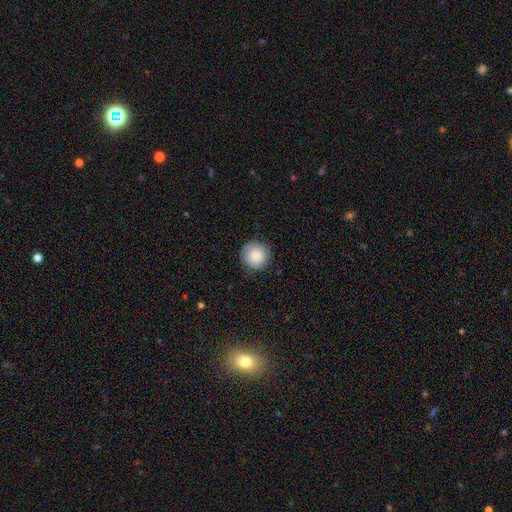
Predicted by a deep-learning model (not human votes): Smooth or featured? Predicted: smooth (p=0.76). How rounded? Predicted: round (p=0.94). Merging? Predicted: none (p=0.83).